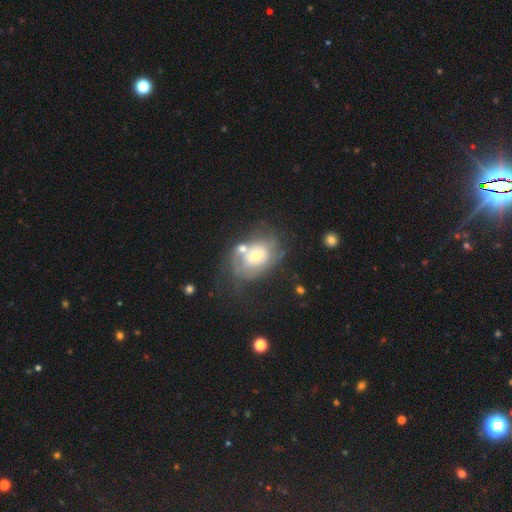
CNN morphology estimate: type=featured or disk (60%); edge-on=no (96%); bar=no (65%); spiral arms=yes (56%); bulge=moderate (55%); merging=none (40%).